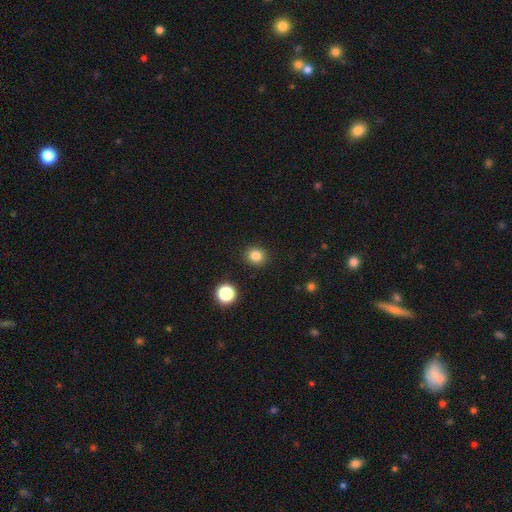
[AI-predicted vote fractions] This is clearly a smooth galaxy (83%). How rounded: clearly round (83%). Merging: clearly none (91%).